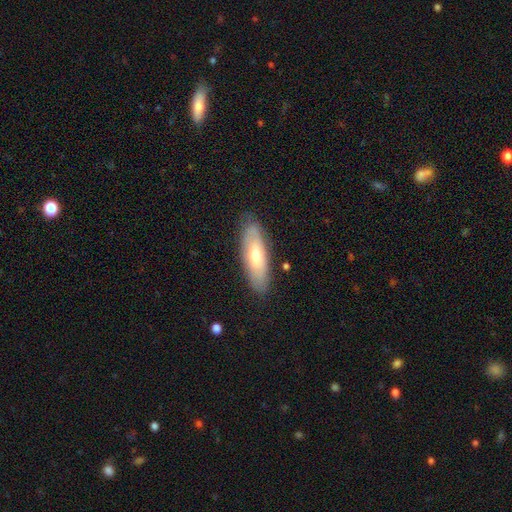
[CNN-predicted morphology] Smooth or featured? Predicted: smooth (p=0.59). How rounded? Predicted: in between (p=0.60). Merging? Predicted: none (p=0.84).